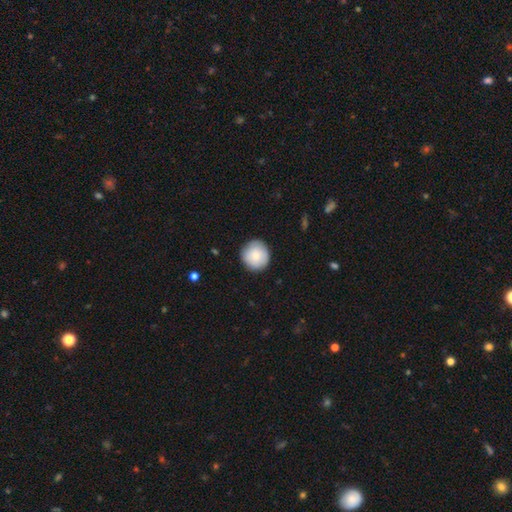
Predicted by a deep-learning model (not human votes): Q: Smooth or featured?
A: smooth (84%); runner-up: featured or disk (10%)
Q: How rounded?
A: round (95%); runner-up: in between (5%)
Q: Merging?
A: none (88%); runner-up: minor disturbance (9%)